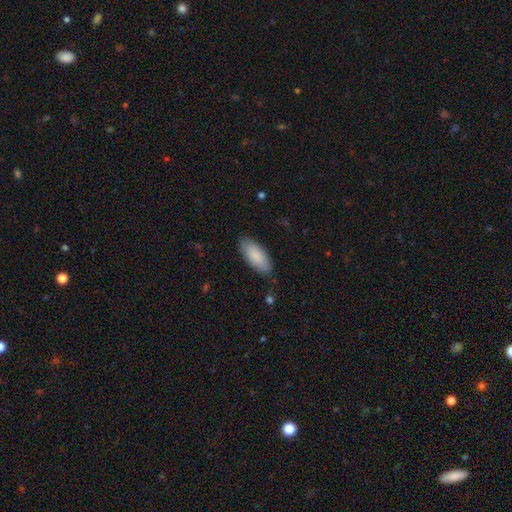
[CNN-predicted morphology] A smooth galaxy with no disk features (88%) that is in between round and cigar-shaped (85%). Merging: none (84%).